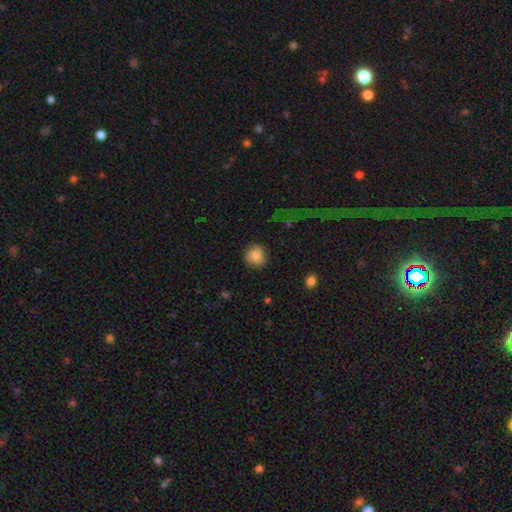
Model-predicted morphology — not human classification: A smooth galaxy with no disk features (80%) that is round (86%). Merging: none (75%).